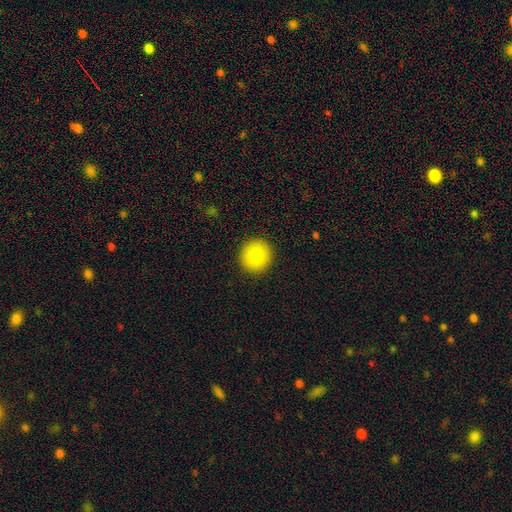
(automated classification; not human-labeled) Smooth or featured?
  - smooth: 86% *
  - star or artifact: 8%
  - featured or disk: 5%
How rounded?
  - round: 93% *
  - in between: 6%
  - cigar-shaped: 1%
Merging?
  - none: 92% *
  - minor disturbance: 6%
  - major disturbance: 2%
  - merger: 1%